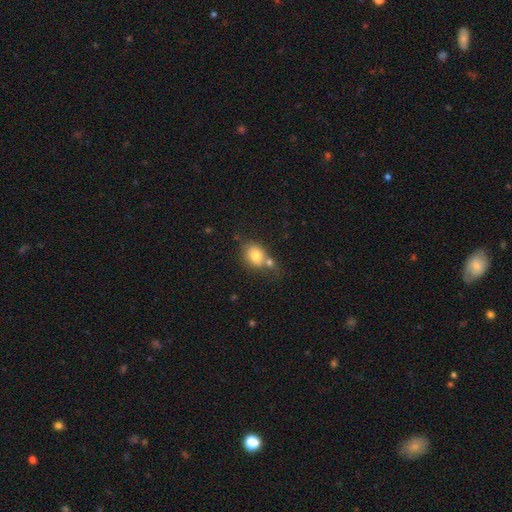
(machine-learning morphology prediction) This appears to be a smooth galaxy with no disk features (78%) that is round (52%). Merging: none (45%).